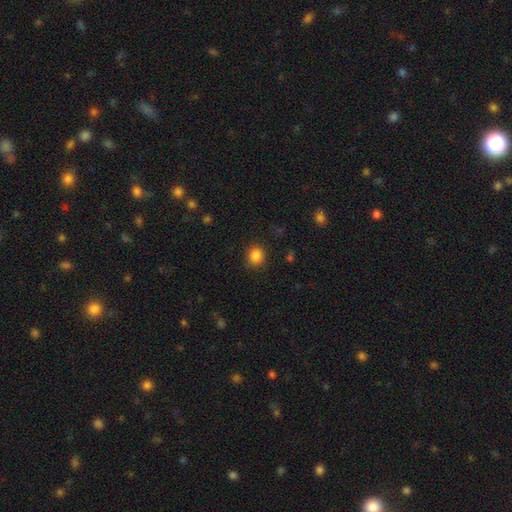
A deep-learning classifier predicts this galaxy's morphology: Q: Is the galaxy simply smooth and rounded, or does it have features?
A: smooth — 86%.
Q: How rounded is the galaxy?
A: round — 85%.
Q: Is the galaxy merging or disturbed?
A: none — 88%.